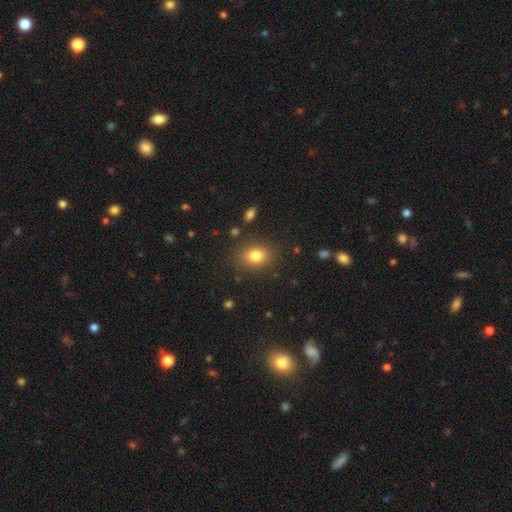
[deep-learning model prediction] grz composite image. It shows a smooth galaxy with no disk features (80%) that is in between round and cigar-shaped (56%). Merging: none (84%).